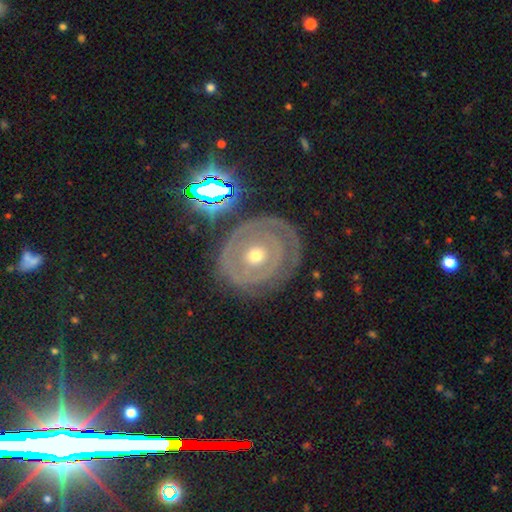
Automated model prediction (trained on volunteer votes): This is likely a featured or disk galaxy (74%). It is clearly not viewed edge-on (96%). Bar: clearly no (84%). Spiral arm pattern: likely yes (61%). Central bulge: possibly moderate (55%). Merging: likely none (72%).